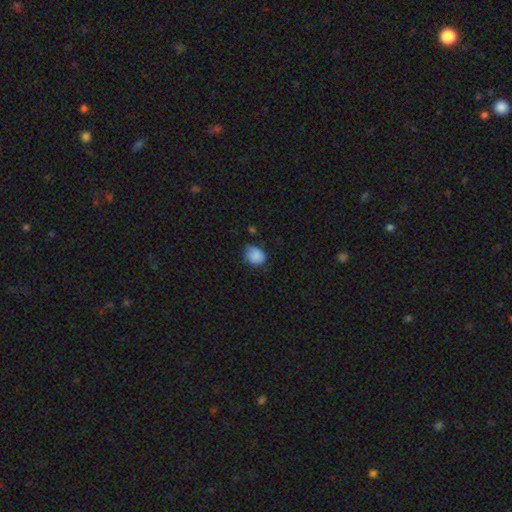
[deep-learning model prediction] A smooth galaxy with no disk features (87%) that is round (57%).

Vote fractions:
- Smooth or featured? smooth: 87% / star or artifact: 9% / featured or disk: 4%
- How rounded? round: 57% / in between: 42% / cigar-shaped: 1%
- Merging? none: 68% / minor disturbance: 25% / major disturbance: 4% / merger: 2%